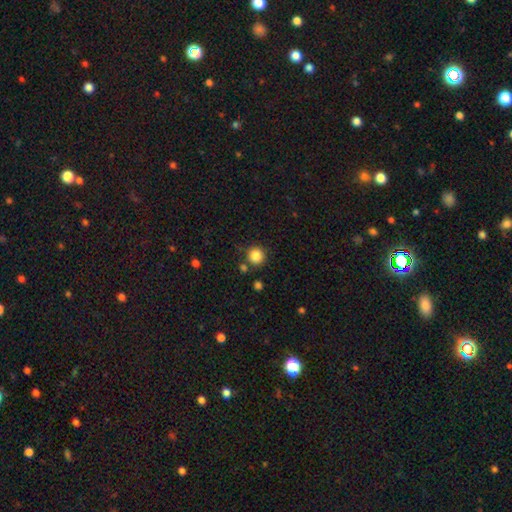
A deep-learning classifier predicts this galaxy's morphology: smooth-or-featured: smooth: 85% | star or artifact: 11% | featured or disk: 4%
  how-rounded: round: 93% | in between: 6% | cigar-shaped: 1%
  merging: none: 84% | minor disturbance: 8% | merger: 6% | major disturbance: 3%